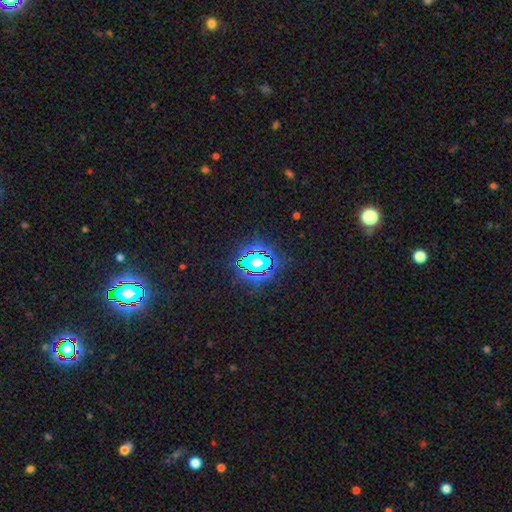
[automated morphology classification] star or artifact 80%, smooth 12%, featured or disk 8%.